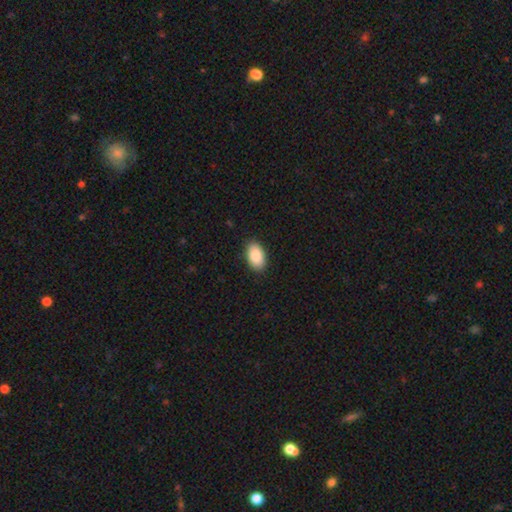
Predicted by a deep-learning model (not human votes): A smooth galaxy with no disk features (89%) that is in between round and cigar-shaped (94%).

Vote fractions:
- Smooth or featured? smooth: 89% / star or artifact: 6% / featured or disk: 5%
- How rounded? in between: 94% / round: 4% / cigar-shaped: 1%
- Merging? none: 88% / minor disturbance: 9% / major disturbance: 2% / merger: 1%